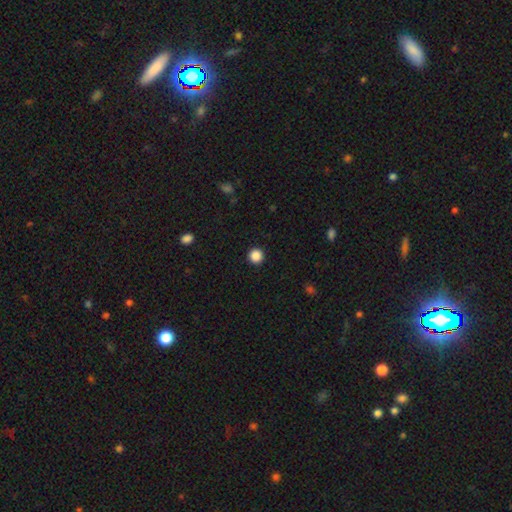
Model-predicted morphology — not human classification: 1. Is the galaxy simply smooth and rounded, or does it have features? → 87% smooth, 10% star or artifact, 2% featured or disk.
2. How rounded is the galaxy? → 96% round, 3% in between, 1% cigar-shaped.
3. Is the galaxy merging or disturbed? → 93% none, 4% minor disturbance, 2% major disturbance, 1% merger.